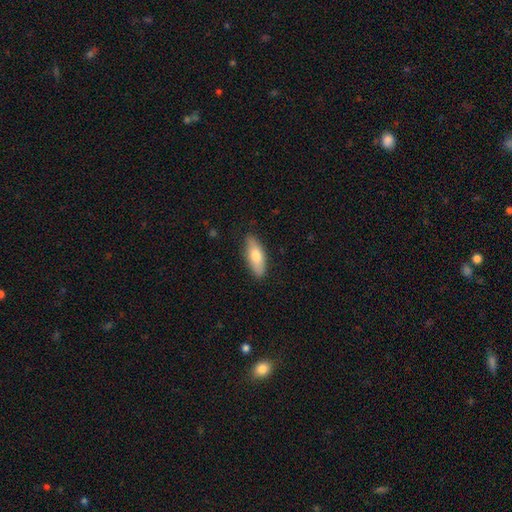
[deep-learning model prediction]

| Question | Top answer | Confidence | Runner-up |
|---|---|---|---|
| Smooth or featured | smooth | 70% | featured or disk (24%) |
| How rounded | in between | 65% | cigar-shaped (33%) |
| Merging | none | 86% | minor disturbance (11%) |